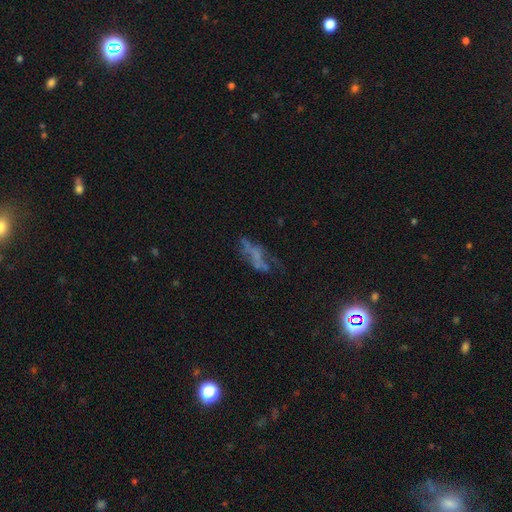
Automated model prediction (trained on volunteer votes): A featured or disk galaxy (50%).

Vote fractions:
- Smooth or featured? featured or disk: 50% / smooth: 28% / star or artifact: 22%
- Merging? none: 39% / major disturbance: 34% / minor disturbance: 19% / merger: 8%